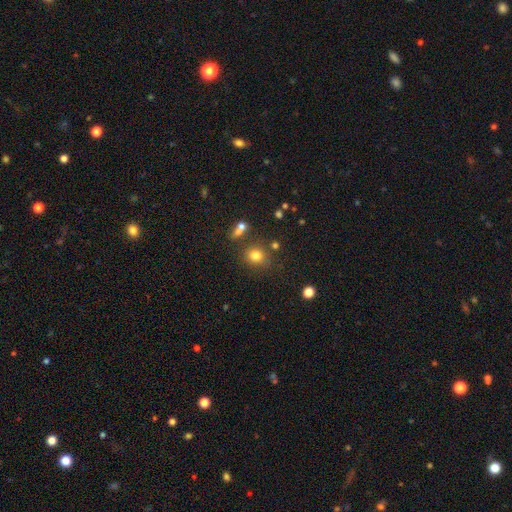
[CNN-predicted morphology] type=smooth (78%); roundness=round (81%); merging=none (77%).